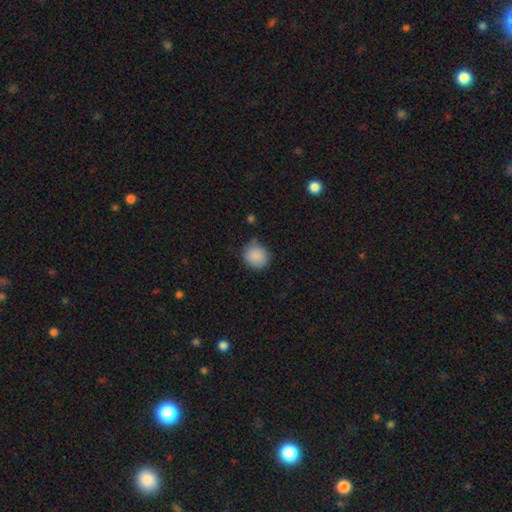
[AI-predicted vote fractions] Q: Smooth or featured?
A: smooth (88%); runner-up: star or artifact (8%)
Q: How rounded?
A: round (85%); runner-up: in between (14%)
Q: Merging?
A: none (73%); runner-up: minor disturbance (20%)